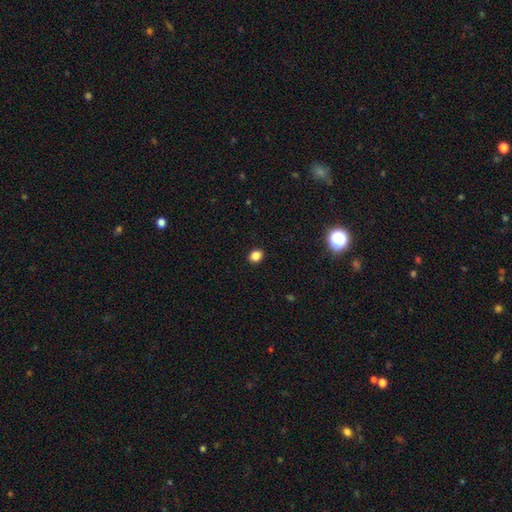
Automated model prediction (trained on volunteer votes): smooth-or-featured: smooth: 85% | star or artifact: 11% | featured or disk: 4%
  how-rounded: round: 54% | in between: 45% | cigar-shaped: 1%
  merging: none: 91% | minor disturbance: 6% | major disturbance: 2% | merger: 1%